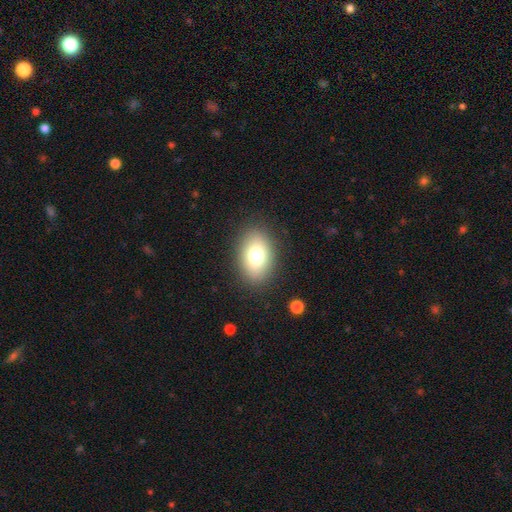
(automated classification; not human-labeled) This appears to be a smooth galaxy with no disk features (75%) that is in between round and cigar-shaped (79%). Merging: none (86%).